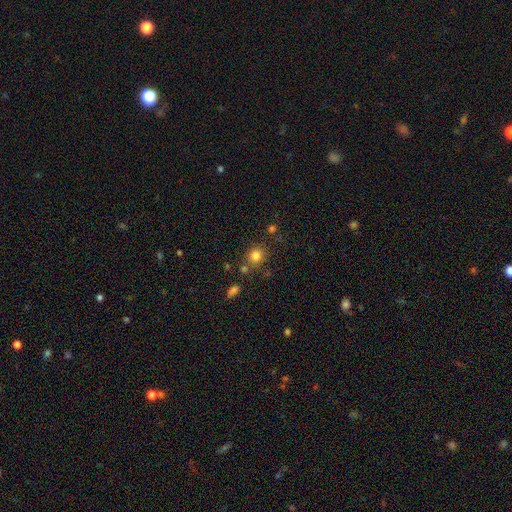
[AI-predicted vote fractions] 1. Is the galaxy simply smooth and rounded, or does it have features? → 81% smooth, 13% star or artifact, 6% featured or disk.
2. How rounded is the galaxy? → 84% round, 15% in between, 1% cigar-shaped.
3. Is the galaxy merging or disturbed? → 75% none, 11% minor disturbance, 10% merger, 4% major disturbance.